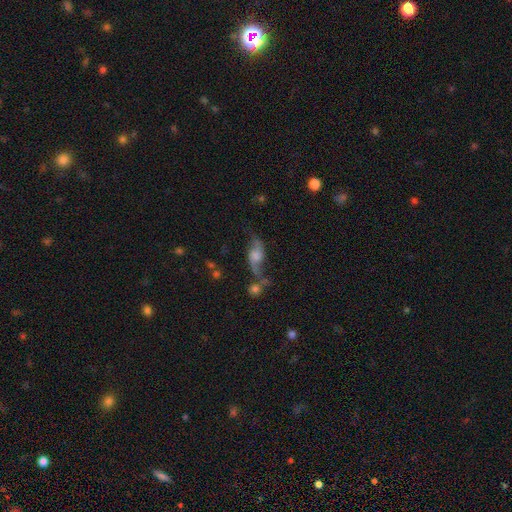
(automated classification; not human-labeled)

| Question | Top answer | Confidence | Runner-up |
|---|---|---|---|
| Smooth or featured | featured or disk | 72% | smooth (15%) |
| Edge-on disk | no | 88% | yes (12%) |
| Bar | no | 62% | weak (31%) |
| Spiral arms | yes | 92% | no (8%) |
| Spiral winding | loose | 79% | medium (17%) |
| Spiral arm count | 2 | 91% | can't tell (3%) |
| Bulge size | moderate | 41% | small (23%) |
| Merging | none | 55% | minor disturbance (18%) |